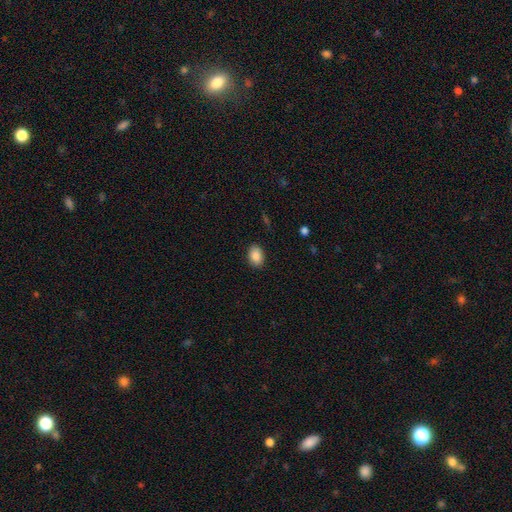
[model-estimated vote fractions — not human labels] Smooth or featured? Predicted: smooth (p=0.88). How rounded? Predicted: in between (p=0.78). Merging? Predicted: none (p=0.89).